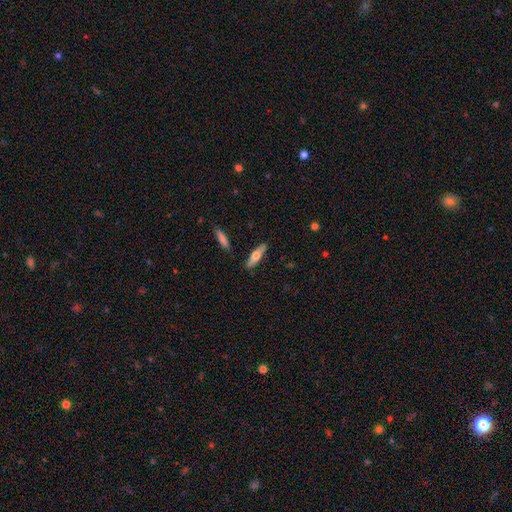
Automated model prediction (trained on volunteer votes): Overall: smooth (56%; featured or disk 38%). How rounded: cigar-shaped (61%; in between 37%). Merging: none (84%).